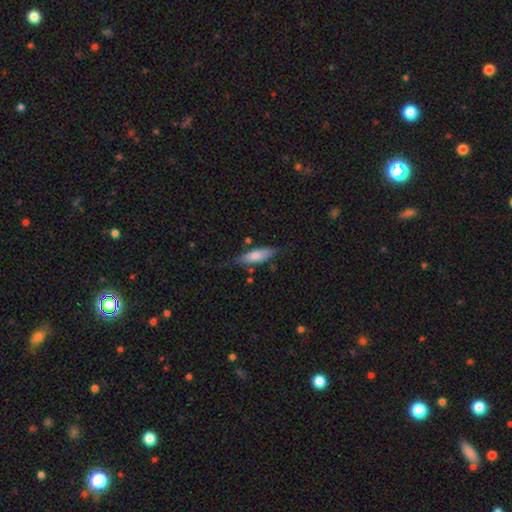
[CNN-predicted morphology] A smooth galaxy with no disk features (76%) that is in between round and cigar-shaped (54%).

Vote fractions:
- Smooth or featured? smooth: 76% / featured or disk: 18% / star or artifact: 6%
- How rounded? in between: 54% / cigar-shaped: 44% / round: 2%
- Merging? none: 68% / minor disturbance: 23% / major disturbance: 5% / merger: 4%